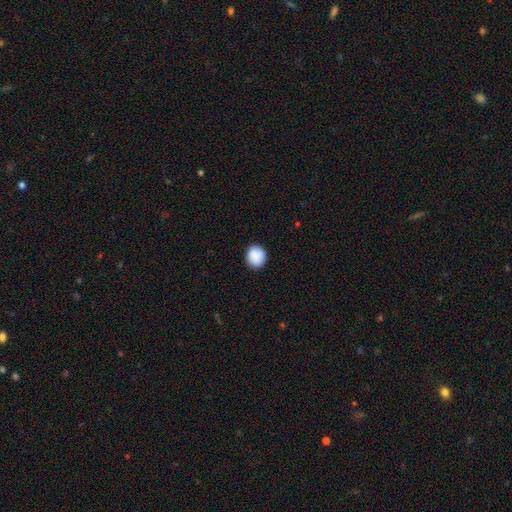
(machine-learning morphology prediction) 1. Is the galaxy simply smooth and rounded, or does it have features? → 89% smooth, 7% star or artifact, 3% featured or disk.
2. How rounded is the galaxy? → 77% round, 22% in between, 1% cigar-shaped.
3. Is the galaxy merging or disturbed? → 87% none, 10% minor disturbance, 2% major disturbance, 1% merger.